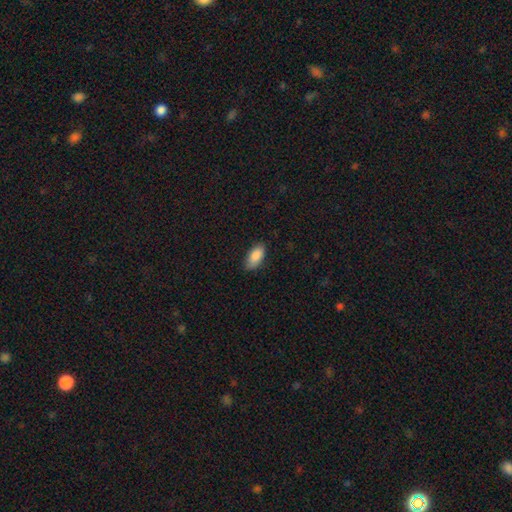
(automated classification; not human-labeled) Overall: smooth (89%). How rounded: in between (91%). Merging: none (84%).